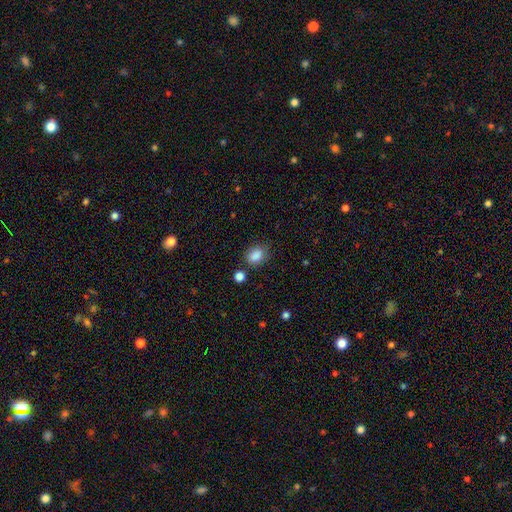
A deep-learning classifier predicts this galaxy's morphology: This appears to be a smooth galaxy with no disk features (86%) that is in between round and cigar-shaped (66%). Merging: none (72%).